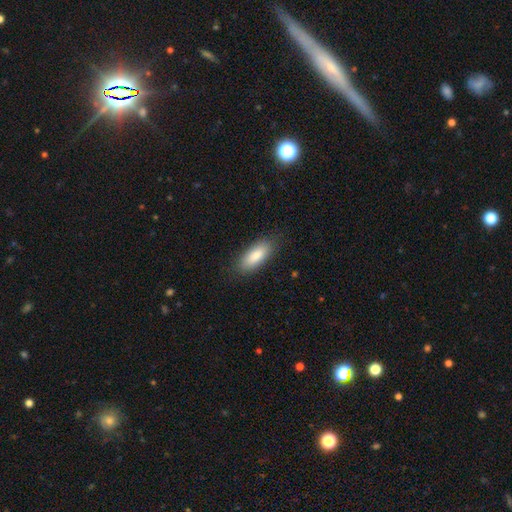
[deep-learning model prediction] Q: Smooth or featured?
A: smooth (86%); runner-up: featured or disk (8%)
Q: How rounded?
A: in between (77%); runner-up: cigar-shaped (21%)
Q: Merging?
A: none (84%); runner-up: minor disturbance (12%)